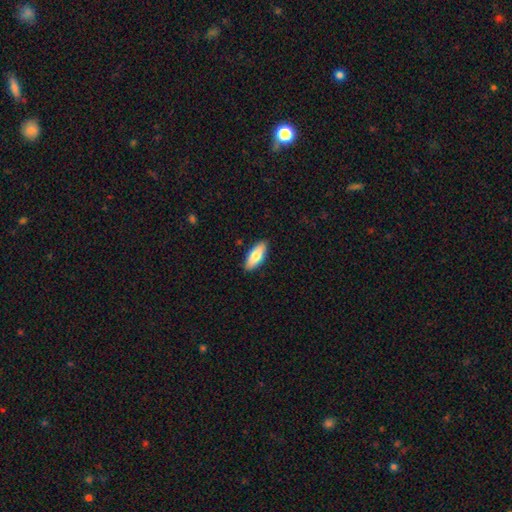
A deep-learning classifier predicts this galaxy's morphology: The model was most divided on "how rounded": in between: 75%, cigar-shaped: 23%, round: 2%. More confident: merging — none (89%); smooth or featured — smooth (77%).